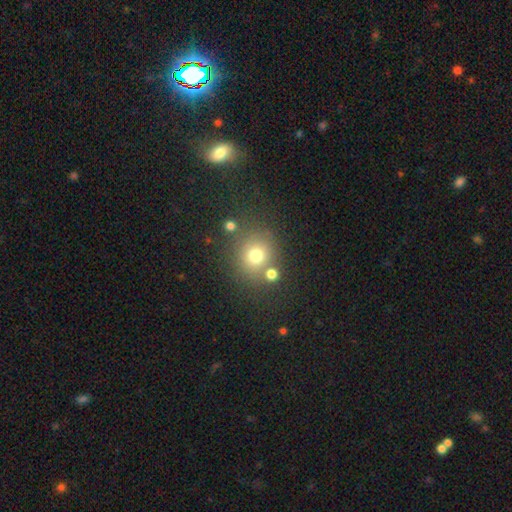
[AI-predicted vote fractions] This is likely a smooth galaxy (73%). How rounded: clearly round (86%). Merging: likely none (70%).